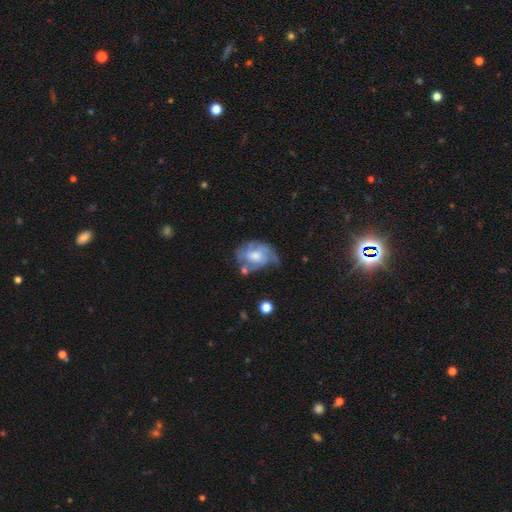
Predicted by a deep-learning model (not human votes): smooth_or_featured: featured or disk (p=0.72) [alt: smooth p=0.21]
disk_edge_on: no (p=0.97) [alt: yes p=0.03]
bar: no (p=0.65) [alt: weak p=0.30]
has_spiral_arms: yes (p=0.84) [alt: no p=0.16]
spiral_winding: tight (p=0.42) [alt: medium p=0.41]
spiral_arm_count: can't tell (p=0.33) [alt: 2 p=0.28]
bulge_size: moderate (p=0.50) [alt: small p=0.22]
merging: none (p=0.41) [alt: minor disturbance p=0.28]